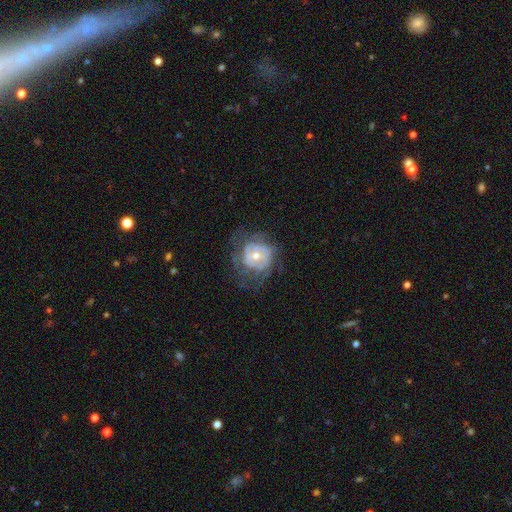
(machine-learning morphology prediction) smooth-or-featured: featured or disk: 71% | smooth: 21% | star or artifact: 8%
  disk-edge-on: no: 97% | yes: 3%
    bar: no: 73% | weak: 23% | strong: 5%
    has-spiral-arms: yes: 71% | no: 29%
    bulge-size: moderate: 56% | small: 40% | large: 3% | none: 1% | dominant: 1%
  merging: none: 56% | minor disturbance: 22% | major disturbance: 20% | merger: 1%